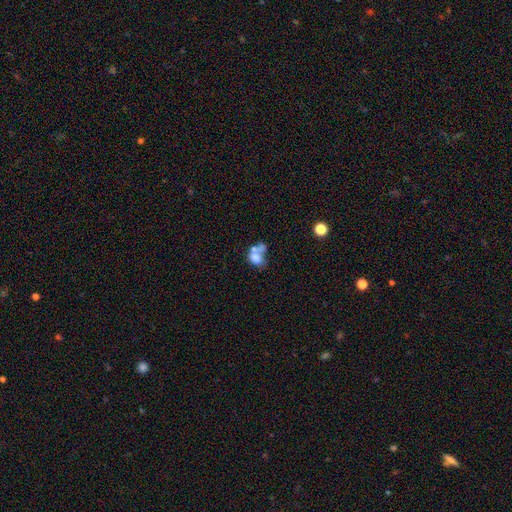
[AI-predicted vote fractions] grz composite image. It shows a smooth galaxy with no disk features (66%) that is in between round and cigar-shaped (70%). Merging: merger (59%).